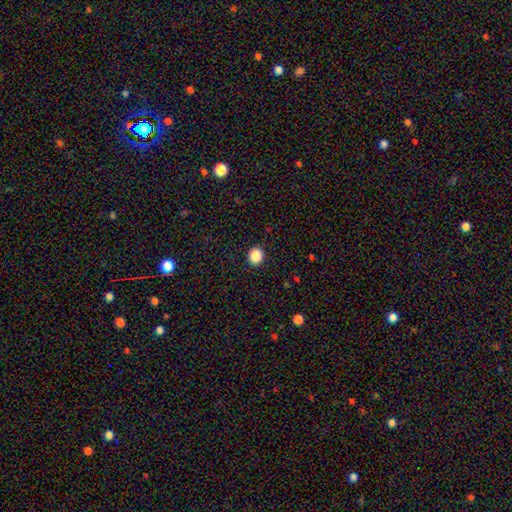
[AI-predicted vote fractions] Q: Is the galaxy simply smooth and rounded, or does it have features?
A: smooth — 87%.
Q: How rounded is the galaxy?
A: round — 83%.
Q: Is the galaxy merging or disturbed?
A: none — 92%.